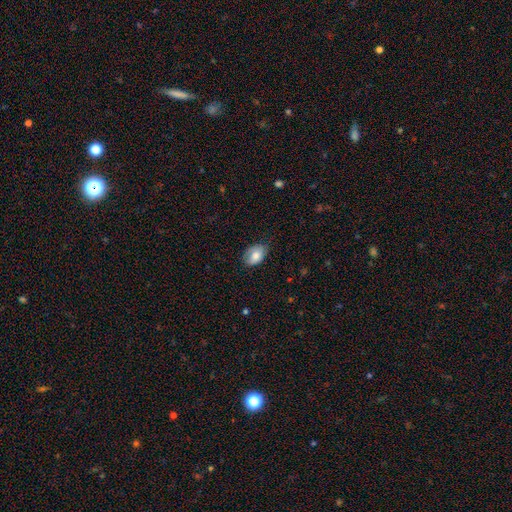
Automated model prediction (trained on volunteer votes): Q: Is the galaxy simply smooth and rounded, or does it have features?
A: smooth — 77%.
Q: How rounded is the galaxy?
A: in between — 86%.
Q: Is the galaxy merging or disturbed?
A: none — 69%.